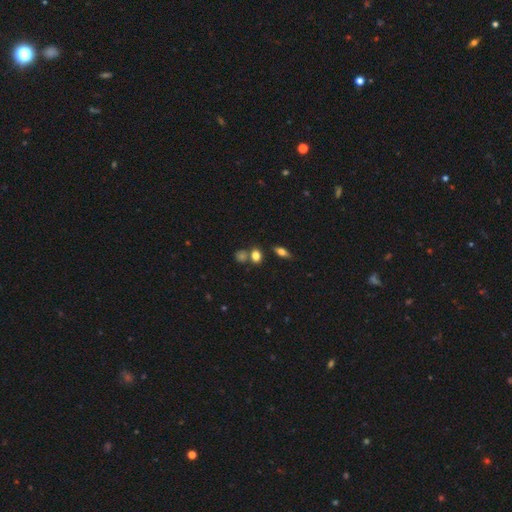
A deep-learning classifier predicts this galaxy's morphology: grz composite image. It shows a smooth galaxy with no disk features (77%) that is round (56%). Merging: none (65%).